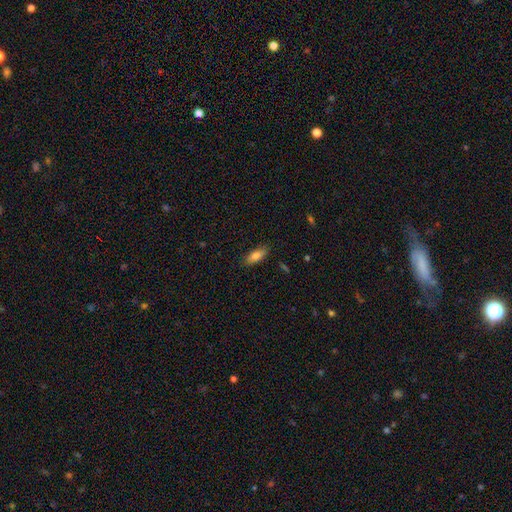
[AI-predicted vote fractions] This is likely a smooth galaxy (78%). How rounded: likely in between (72%). Merging: clearly none (85%).